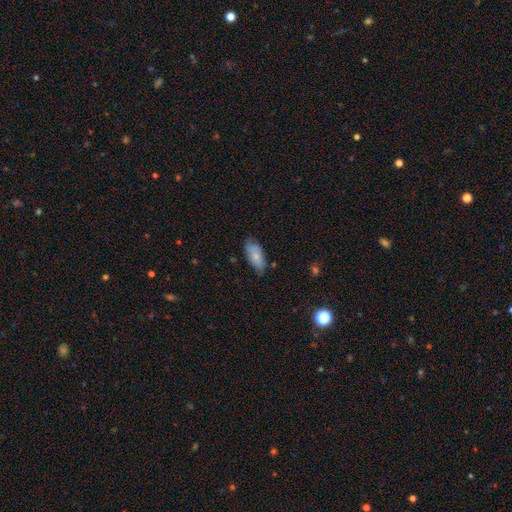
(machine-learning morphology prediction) The model was most divided on "merging": none: 68%, minor disturbance: 25%, major disturbance: 5%, merger: 2%. More confident: how rounded — in between (88%); smooth or featured — smooth (76%).